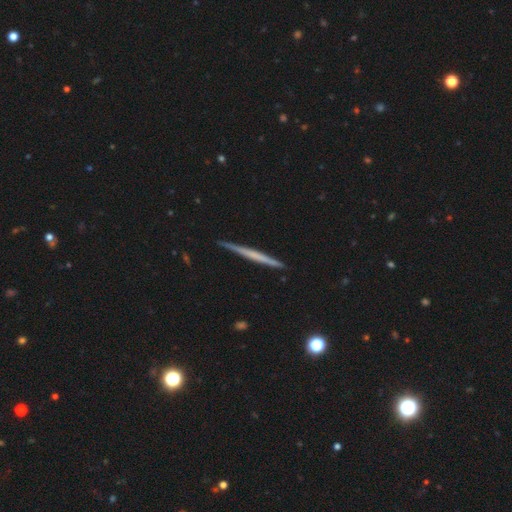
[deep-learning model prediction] Smooth or featured? Predicted: featured or disk (p=0.57). Edge-on disk? Predicted: yes (p=0.98). Edge-on bulge? Predicted: none (p=0.84). Merging? Predicted: none (p=0.90).